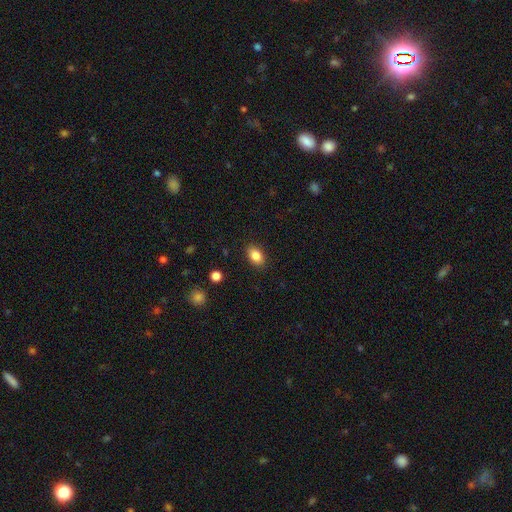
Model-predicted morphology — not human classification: Smooth or featured?
  - smooth: 85% *
  - star or artifact: 8%
  - featured or disk: 6%
How rounded?
  - in between: 87% *
  - round: 11%
  - cigar-shaped: 2%
Merging?
  - none: 88% *
  - minor disturbance: 9%
  - major disturbance: 2%
  - merger: 1%